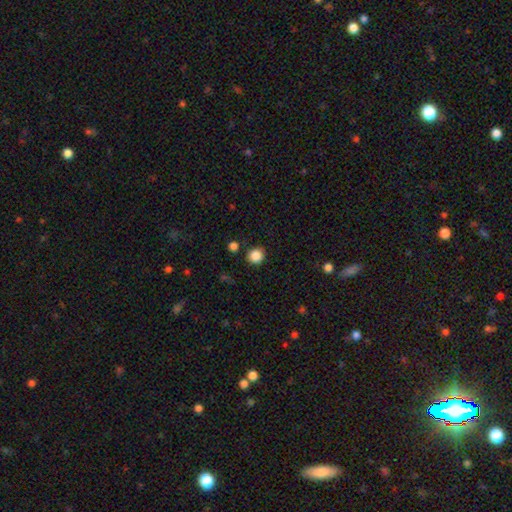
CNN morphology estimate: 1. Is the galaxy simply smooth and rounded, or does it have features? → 87% smooth, 10% star or artifact, 3% featured or disk.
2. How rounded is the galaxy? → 91% round, 8% in between, 1% cigar-shaped.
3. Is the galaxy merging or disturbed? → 88% none, 7% minor disturbance, 3% merger, 2% major disturbance.